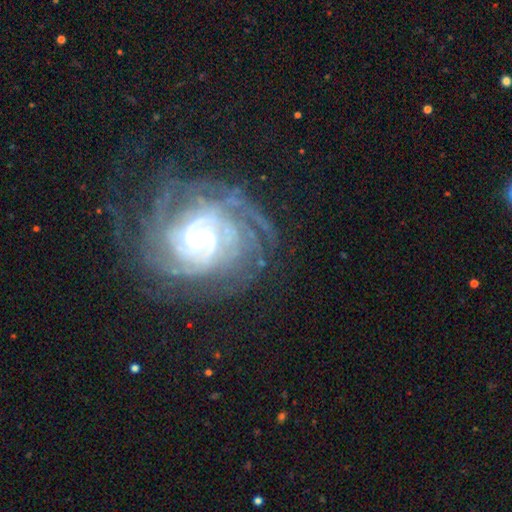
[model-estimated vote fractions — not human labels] smooth-or-featured: featured or disk: 85% | star or artifact: 9% | smooth: 6%
  disk-edge-on: no: 97% | yes: 3%
    bar: no: 64% | weak: 25% | strong: 11%
    has-spiral-arms: yes: 98% | no: 2%
      spiral-winding: tight: 79% | medium: 18% | loose: 3%
      spiral-arm-count: can't tell: 26% | 4: 19% | more than 4: 18% | 3: 16% | 2: 13% | 1: 9%
    bulge-size: small: 52% | moderate: 38% | large: 7% | none: 2% | dominant: 1%
  merging: none: 76% | minor disturbance: 14% | major disturbance: 8% | merger: 1%